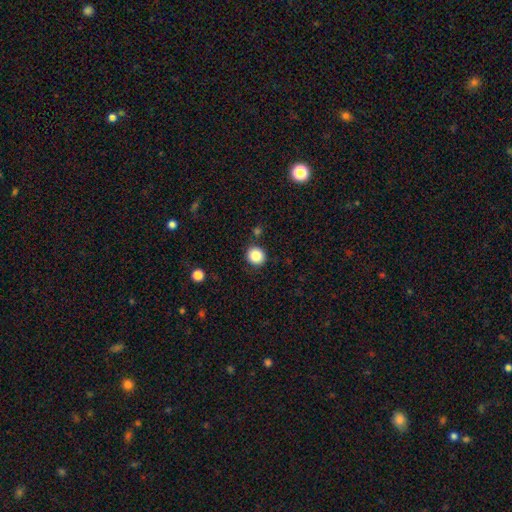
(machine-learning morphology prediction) Smooth or featured: smooth — 86% (star or artifact — 10%)
How rounded: round — 92% (in between — 7%)
Merging: none — 88% (minor disturbance — 7%)